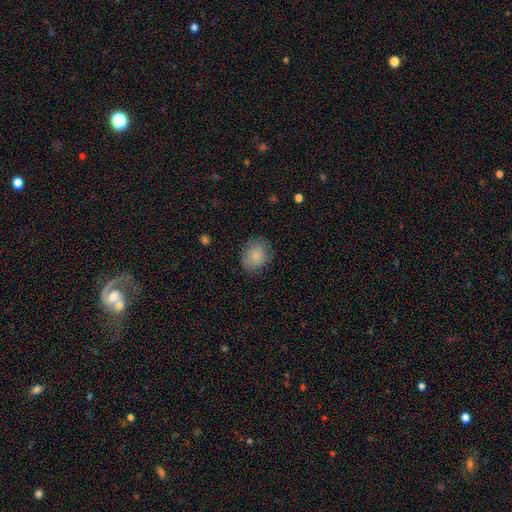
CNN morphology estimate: Smooth or featured: smooth — 84% (featured or disk — 9%)
How rounded: round — 54% (in between — 45%)
Merging: none — 79% (minor disturbance — 15%)